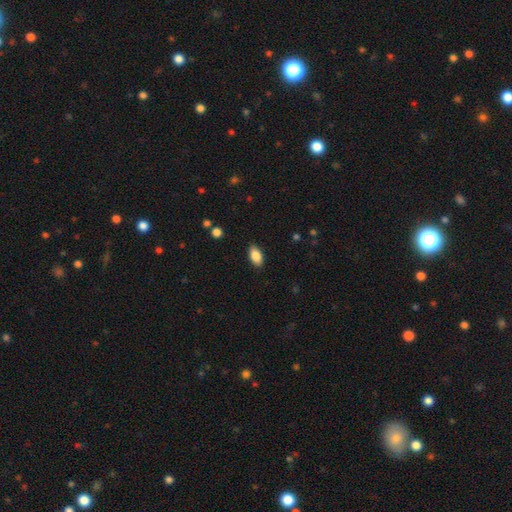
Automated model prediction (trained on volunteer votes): smooth-or-featured: smooth: 87% | star or artifact: 7% | featured or disk: 6%
  how-rounded: in between: 92% | round: 4% | cigar-shaped: 4%
  merging: none: 87% | minor disturbance: 10% | major disturbance: 2% | merger: 1%